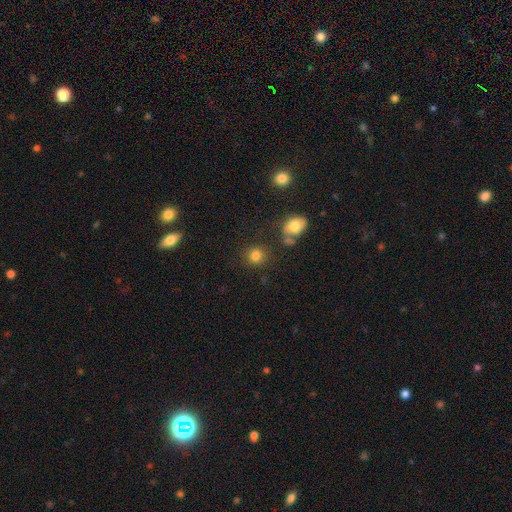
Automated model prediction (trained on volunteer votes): A smooth galaxy with no disk features (81%) that is round (84%).

Vote fractions:
- Smooth or featured? smooth: 81% / star or artifact: 12% / featured or disk: 6%
- How rounded? round: 84% / in between: 15% / cigar-shaped: 1%
- Merging? none: 79% / minor disturbance: 10% / merger: 7% / major disturbance: 4%